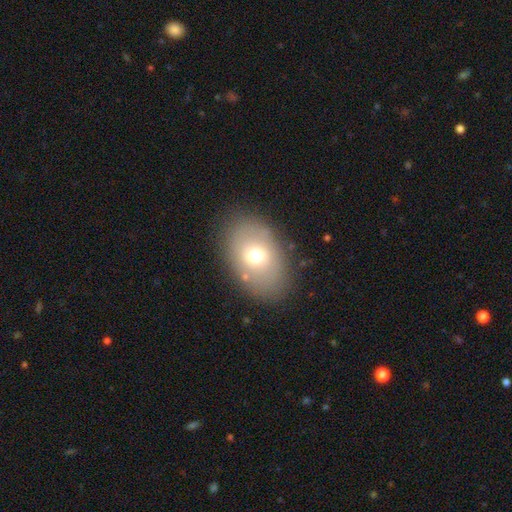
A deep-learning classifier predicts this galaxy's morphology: Smooth or featured? smooth (66%)
How rounded? in between (81%)
Merging? none (83%)